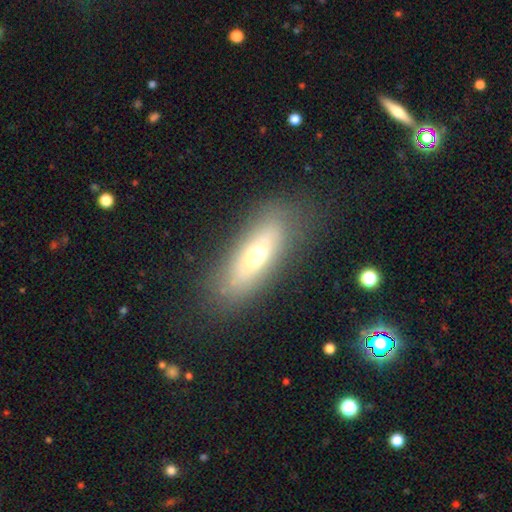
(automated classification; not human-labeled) Smooth or featured? smooth (55%)
How rounded? in between (60%)
Merging? none (78%)